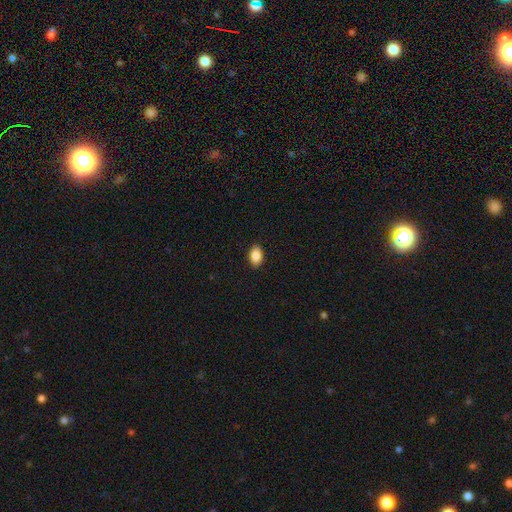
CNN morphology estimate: A smooth galaxy with no disk features (86%) that is in between round and cigar-shaped (89%).

Vote fractions:
- Smooth or featured? smooth: 86% / star or artifact: 8% / featured or disk: 6%
- How rounded? in between: 89% / round: 10% / cigar-shaped: 1%
- Merging? none: 90% / minor disturbance: 7% / major disturbance: 2% / merger: 1%